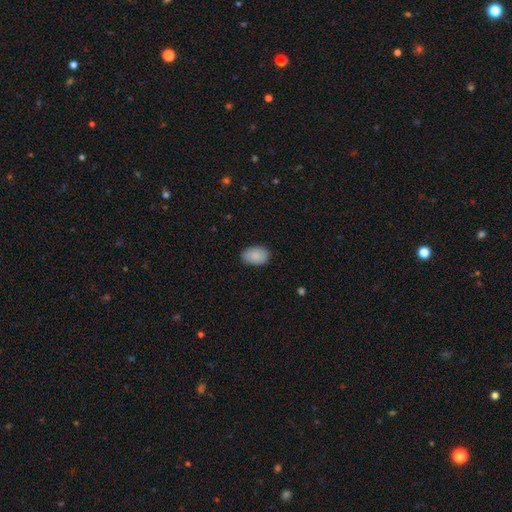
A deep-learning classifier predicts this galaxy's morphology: A smooth galaxy with no disk features (87%) that is in between round and cigar-shaped (84%).

Vote fractions:
- Smooth or featured? smooth: 87% / star or artifact: 6% / featured or disk: 6%
- How rounded? in between: 84% / round: 15% / cigar-shaped: 1%
- Merging? none: 85% / minor disturbance: 11% / major disturbance: 2% / merger: 1%